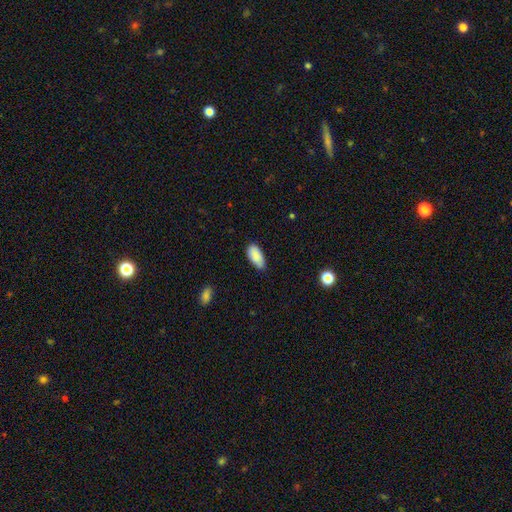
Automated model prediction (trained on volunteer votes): smooth-or-featured: smooth: 88% | star or artifact: 6% | featured or disk: 5%
  how-rounded: in between: 94% | cigar-shaped: 4% | round: 2%
  merging: none: 72% | minor disturbance: 23% | major disturbance: 3% | merger: 1%